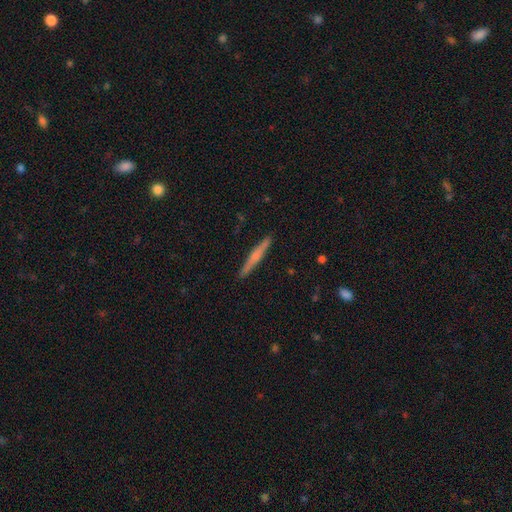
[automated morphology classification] A featured or disk galaxy (49%). Merging: none (91%).